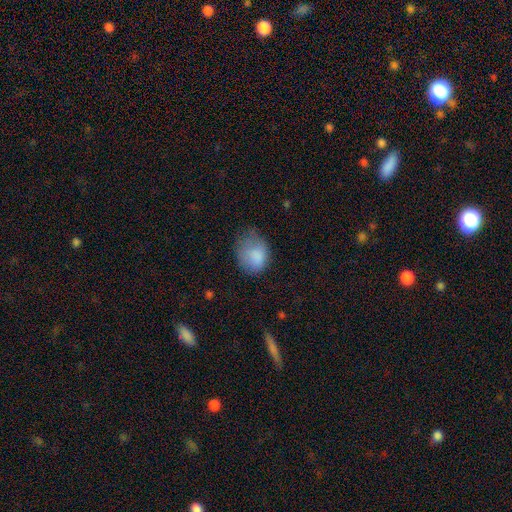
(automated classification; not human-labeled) Smooth or featured: smooth — 82% (featured or disk — 9%)
How rounded: in between — 55% (round — 44%)
Merging: none — 40% (minor disturbance — 36%)